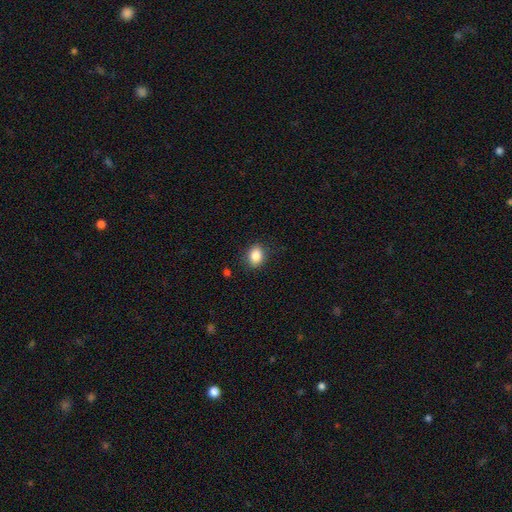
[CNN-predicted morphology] type=smooth (86%); roundness=in between (56%); merging=none (86%).